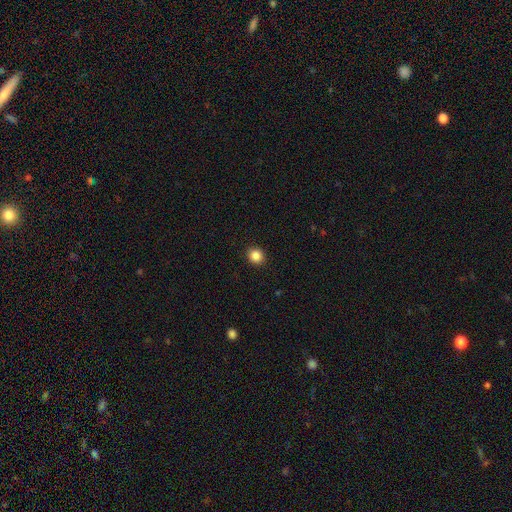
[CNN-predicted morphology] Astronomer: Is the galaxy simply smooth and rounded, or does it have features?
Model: smooth — 86%.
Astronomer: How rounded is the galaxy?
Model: round — 82%.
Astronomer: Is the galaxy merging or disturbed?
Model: none — 91%.